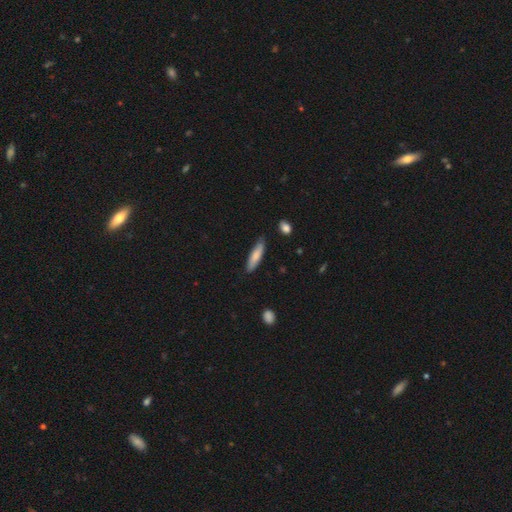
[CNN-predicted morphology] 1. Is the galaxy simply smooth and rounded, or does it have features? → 80% smooth, 15% featured or disk, 6% star or artifact.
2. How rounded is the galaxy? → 73% cigar-shaped, 25% in between, 1% round.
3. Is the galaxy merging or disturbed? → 80% none, 16% minor disturbance, 2% major disturbance, 2% merger.